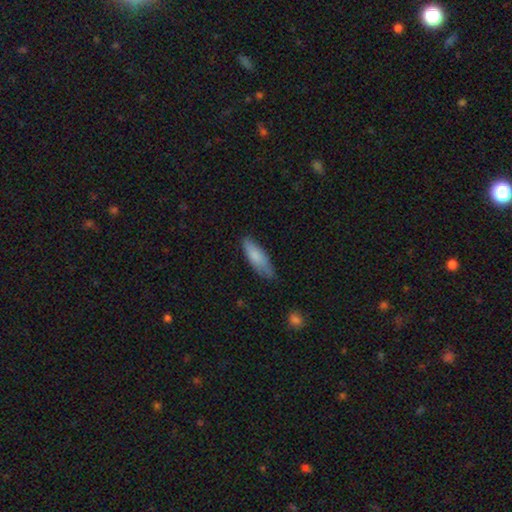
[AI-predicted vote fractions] Smooth or featured? smooth (83%)
How rounded? in between (52%)
Merging? none (71%)